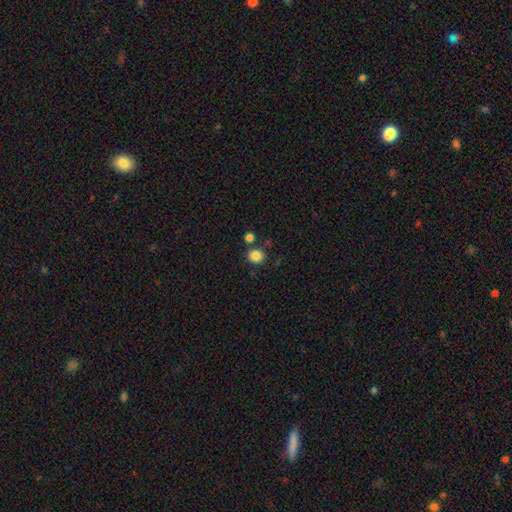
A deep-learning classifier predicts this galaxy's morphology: Smooth or featured? smooth (85%)
How rounded? round (80%)
Merging? none (79%)